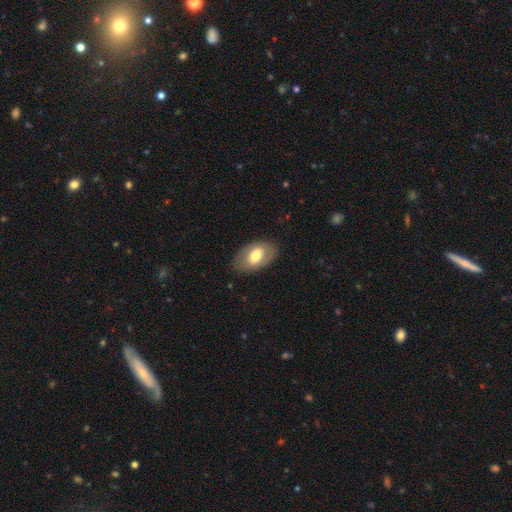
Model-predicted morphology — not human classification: This is likely a smooth galaxy (63%). How rounded: clearly in between (91%). Merging: clearly none (83%).